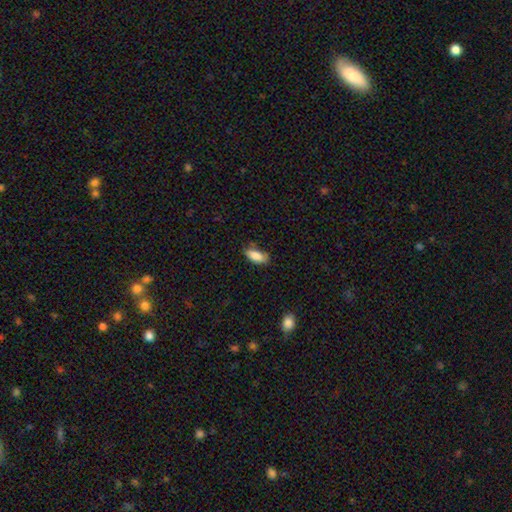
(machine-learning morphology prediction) The model was most divided on "merging": none: 68%, minor disturbance: 25%, major disturbance: 5%, merger: 3%. More confident: smooth or featured — smooth (87%); how rounded — in between (85%).